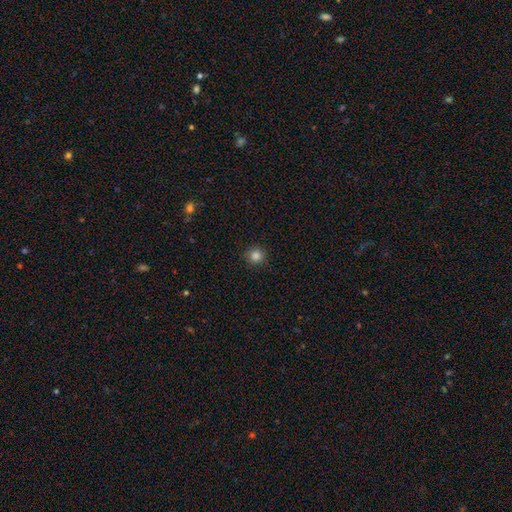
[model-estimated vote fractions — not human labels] smooth_or_featured: smooth (p=0.84) [alt: star or artifact p=0.12]
how_rounded: round (p=0.94) [alt: in between p=0.05]
merging: none (p=0.91) [alt: minor disturbance p=0.06]